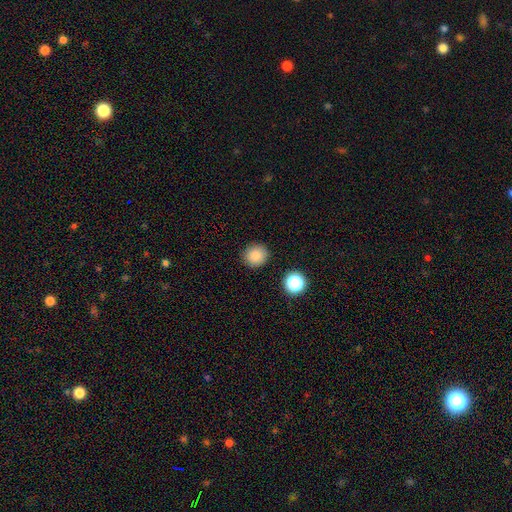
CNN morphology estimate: Smooth or featured? Predicted: smooth (p=0.85). How rounded? Predicted: round (p=0.91). Merging? Predicted: none (p=0.89).